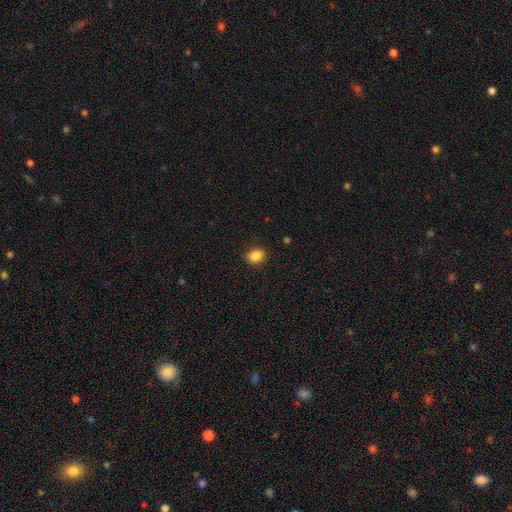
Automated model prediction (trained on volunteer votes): smooth_or_featured: smooth (p=0.86) [alt: star or artifact p=0.10]
how_rounded: in between (p=0.59) [alt: round p=0.40]
merging: none (p=0.87) [alt: minor disturbance p=0.09]